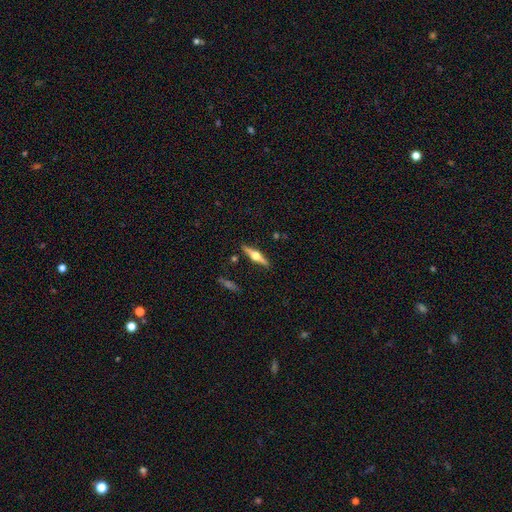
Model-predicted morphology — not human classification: Smooth or featured?
  - featured or disk: 74% *
  - smooth: 21%
  - star or artifact: 6%
Edge-on disk?
  - yes: 97% *
  - no: 3%
Edge-on bulge?
  - rounded: 96% *
  - boxy: 3%
  - none: 1%
Merging?
  - none: 89% *
  - minor disturbance: 7%
  - merger: 2%
  - major disturbance: 2%